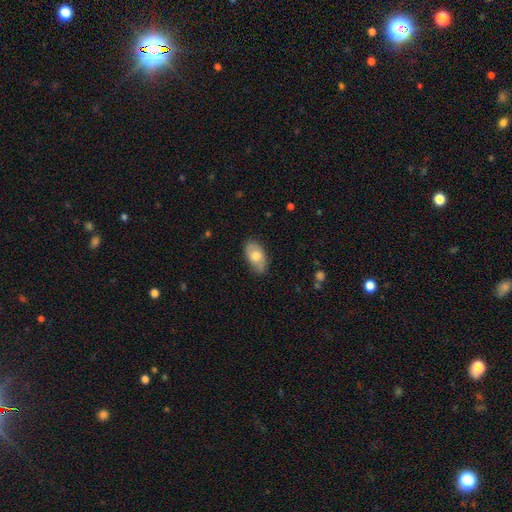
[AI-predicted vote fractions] A smooth galaxy with no disk features (69%) that is in between round and cigar-shaped (93%). Merging: none (74%).